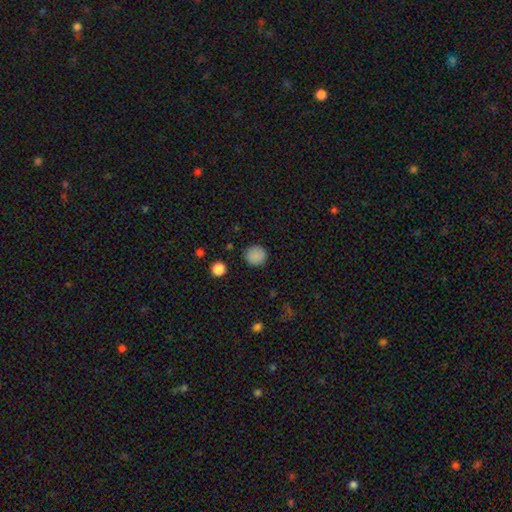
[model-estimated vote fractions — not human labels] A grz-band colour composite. It shows a smooth galaxy with no disk features (87%) that is round (94%). Merging: none (90%).